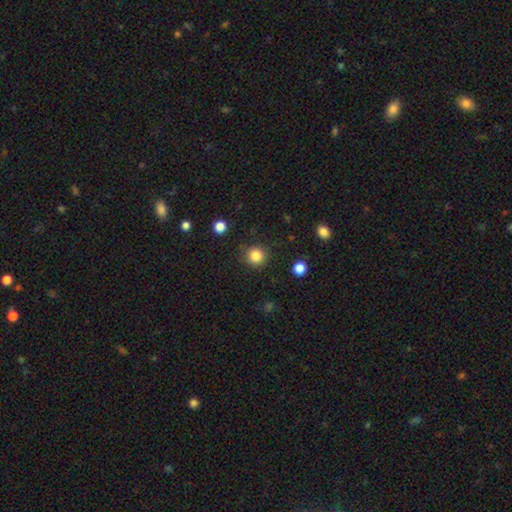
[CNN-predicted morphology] A smooth galaxy with no disk features (85%) that is round (93%). Merging: none (87%).